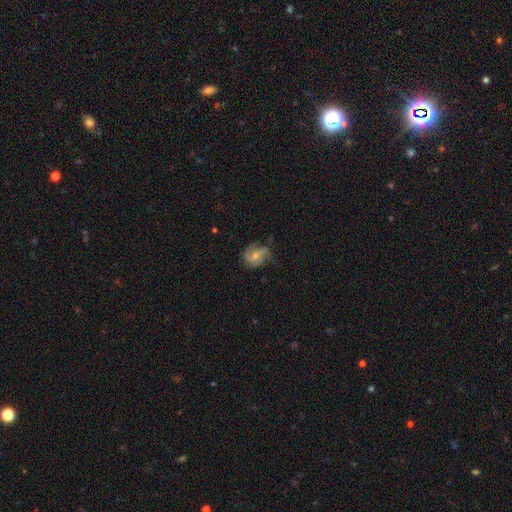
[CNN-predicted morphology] Smooth or featured?
  - featured or disk: 68% *
  - smooth: 25%
  - star or artifact: 7%
Edge-on disk?
  - no: 97% *
  - yes: 3%
Bar?
  - no: 54% *
  - weak: 37%
  - strong: 9%
Spiral arms?
  - yes: 91% *
  - no: 9%
Spiral winding?
  - medium: 46% *
  - tight: 33%
  - loose: 22%
Spiral arm count?
  - 2: 42% *
  - 3: 29%
  - can't tell: 17%
  - 4: 5%
  - 1: 5%
  - more than 4: 3%
Bulge size?
  - small: 49% *
  - moderate: 45%
  - none: 3%
  - large: 2%
  - dominant: 1%
Merging?
  - none: 60% *
  - minor disturbance: 27%
  - major disturbance: 11%
  - merger: 1%